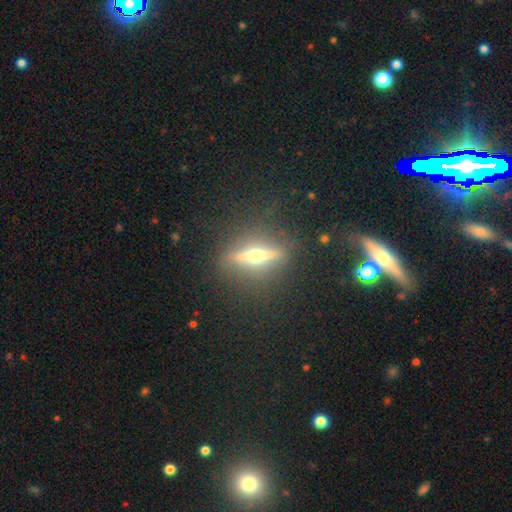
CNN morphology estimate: A featured or disk galaxy (77%) viewed edge-on (93%) with a rounded central bulge (95%).

Vote fractions:
- Smooth or featured? featured or disk: 77% / smooth: 14% / star or artifact: 9%
- Edge-on disk? yes: 93% / no: 7%
- Edge-on bulge? rounded: 95% / none: 3% / boxy: 3%
- Merging? none: 86% / minor disturbance: 8% / major disturbance: 4% / merger: 1%